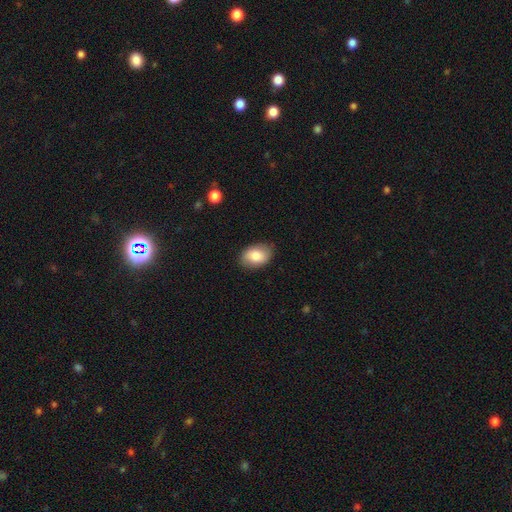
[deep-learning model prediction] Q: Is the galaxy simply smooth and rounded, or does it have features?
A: smooth — 82%.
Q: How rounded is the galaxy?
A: in between — 87%.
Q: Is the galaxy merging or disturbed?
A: none — 84%.